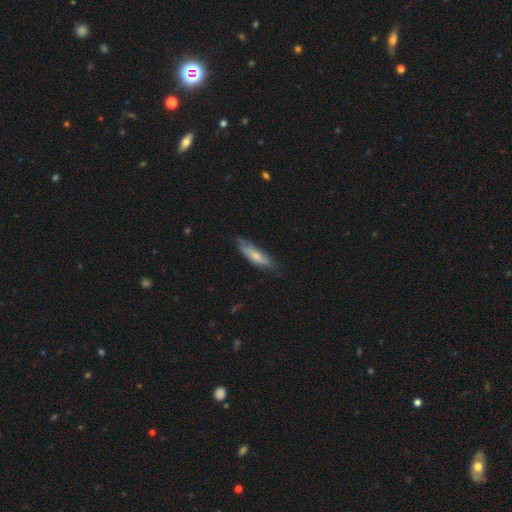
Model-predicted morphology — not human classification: Smooth or featured: smooth — 52% (featured or disk — 42%)
How rounded: cigar-shaped — 52% (in between — 46%)
Merging: none — 59% (minor disturbance — 30%)